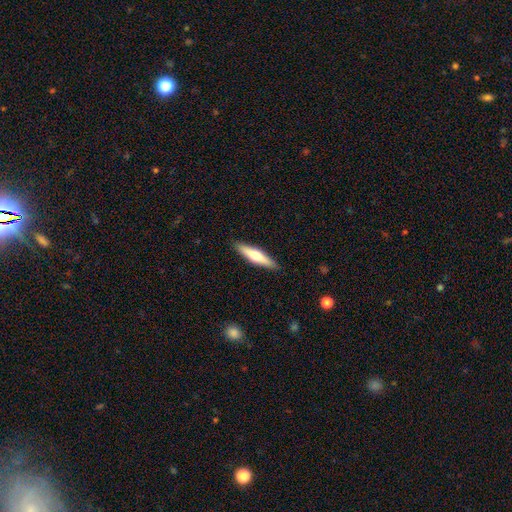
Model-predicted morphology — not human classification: smooth_or_featured: smooth (p=0.50) [alt: featured or disk p=0.45]
merging: none (p=0.90) [alt: minor disturbance p=0.07]